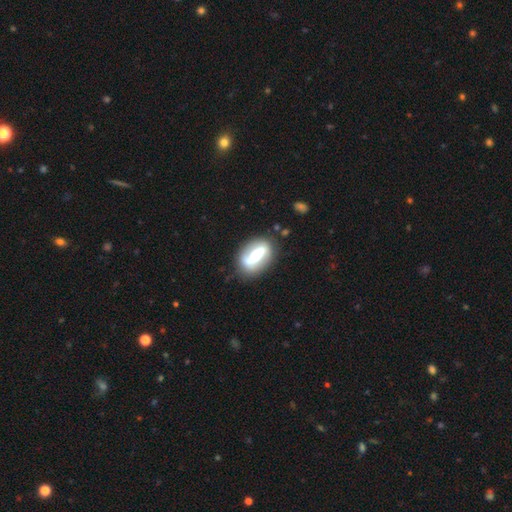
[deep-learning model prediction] This is likely a featured or disk galaxy (62%). It is likely not viewed edge-on (80%). Merging: likely none (78%).